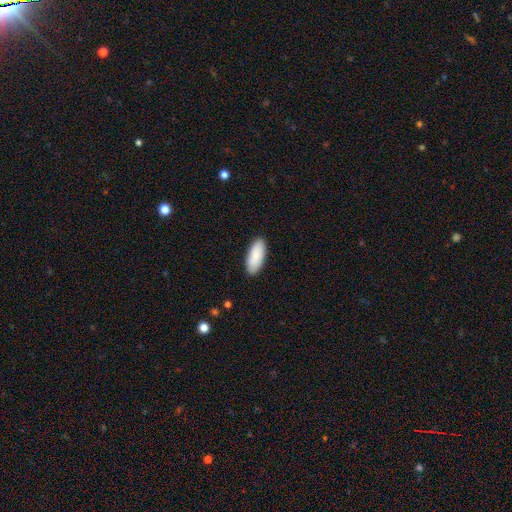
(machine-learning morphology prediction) Smooth or featured? Predicted: smooth (p=0.88). How rounded? Predicted: in between (p=0.86). Merging? Predicted: none (p=0.89).